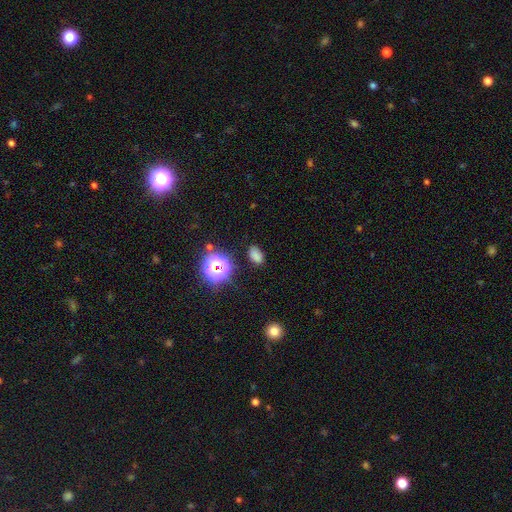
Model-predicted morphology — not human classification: Smooth or featured? smooth (70%)
How rounded? in between (84%)
Merging? none (79%)